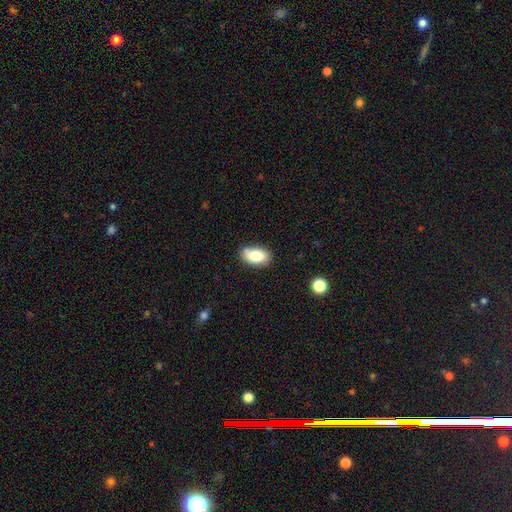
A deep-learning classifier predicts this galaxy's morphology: smooth_or_featured: smooth (p=0.81) [alt: featured or disk p=0.11]
how_rounded: in between (p=0.91) [alt: round p=0.07]
merging: none (p=0.75) [alt: minor disturbance p=0.18]